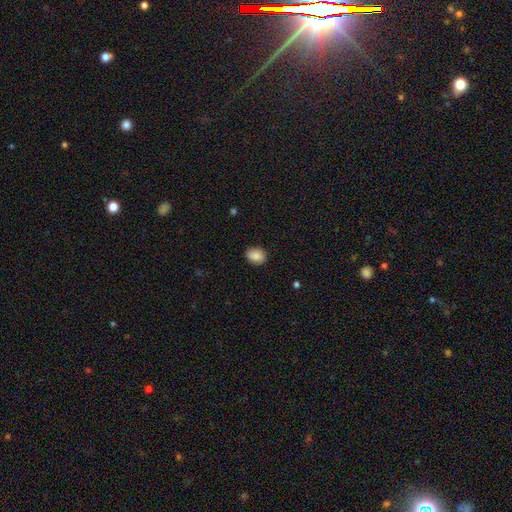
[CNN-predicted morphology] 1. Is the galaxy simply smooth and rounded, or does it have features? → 87% smooth, 8% star or artifact, 5% featured or disk.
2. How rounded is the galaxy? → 60% in between, 39% round, 1% cigar-shaped.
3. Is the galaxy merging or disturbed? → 87% none, 10% minor disturbance, 2% major disturbance, 1% merger.